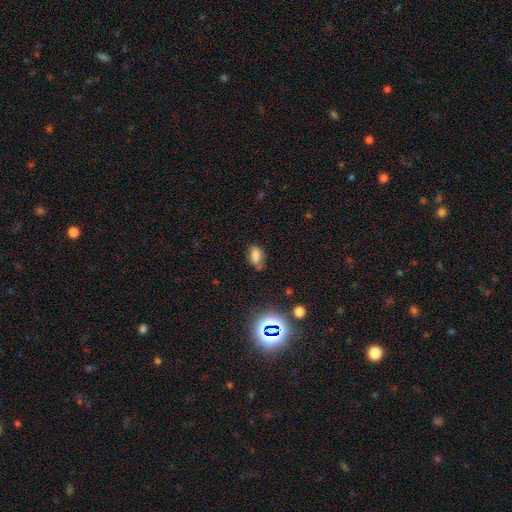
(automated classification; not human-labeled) This is likely a smooth galaxy (74%). How rounded: clearly in between (87%). Merging: likely none (65%).